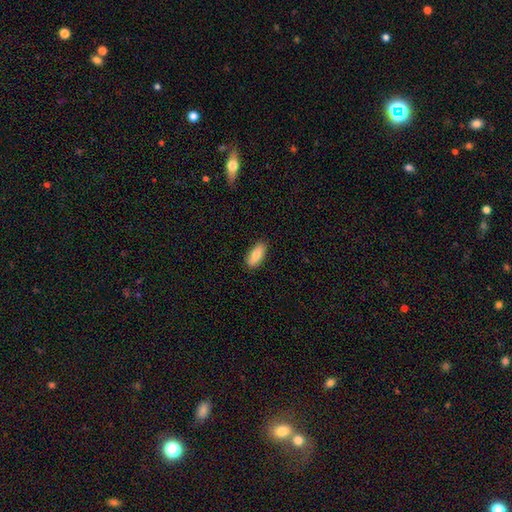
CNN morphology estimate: A smooth galaxy with no disk features (81%) that is in between round and cigar-shaped (80%).

Vote fractions:
- Smooth or featured? smooth: 81% / featured or disk: 12% / star or artifact: 6%
- How rounded? in between: 80% / cigar-shaped: 18% / round: 2%
- Merging? none: 88% / minor disturbance: 9% / major disturbance: 2% / merger: 1%